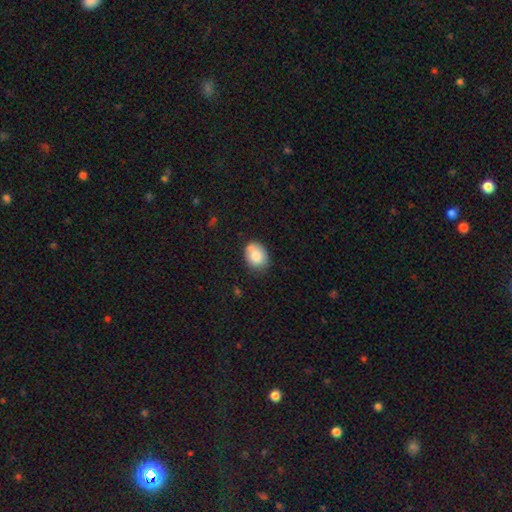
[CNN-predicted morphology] Smooth or featured?
  - smooth: 81% *
  - featured or disk: 11%
  - star or artifact: 8%
How rounded?
  - in between: 63% *
  - round: 36%
  - cigar-shaped: 1%
Merging?
  - none: 62% *
  - minor disturbance: 23%
  - merger: 9%
  - major disturbance: 5%